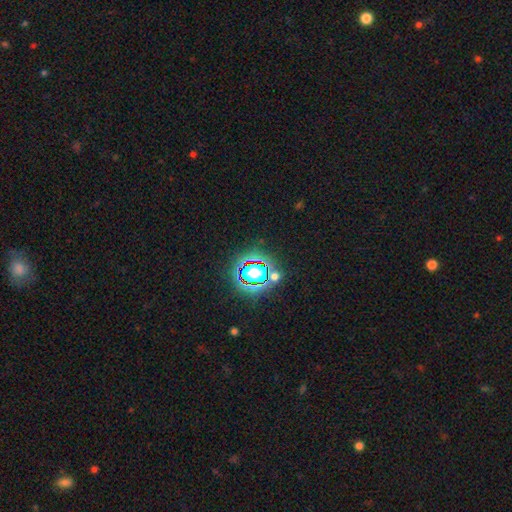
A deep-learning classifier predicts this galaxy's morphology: Overall: star or artifact (81%).